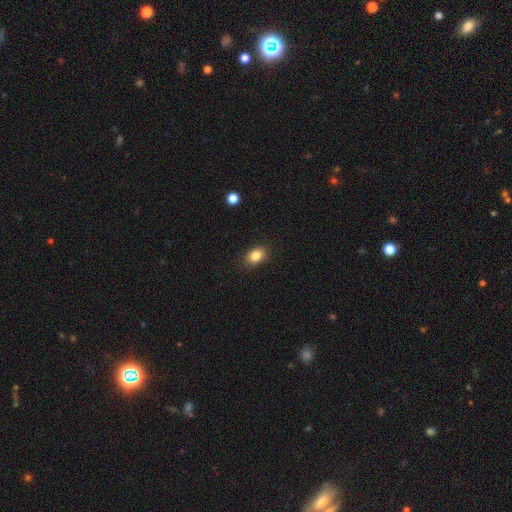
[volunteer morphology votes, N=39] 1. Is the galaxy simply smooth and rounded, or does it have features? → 85% smooth, 10% star or artifact, 5% featured or disk.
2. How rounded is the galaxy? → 85% in between, 15% round, 0% cigar-shaped.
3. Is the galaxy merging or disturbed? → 97% none, 3% minor disturbance, 0% major disturbance, 0% merger.